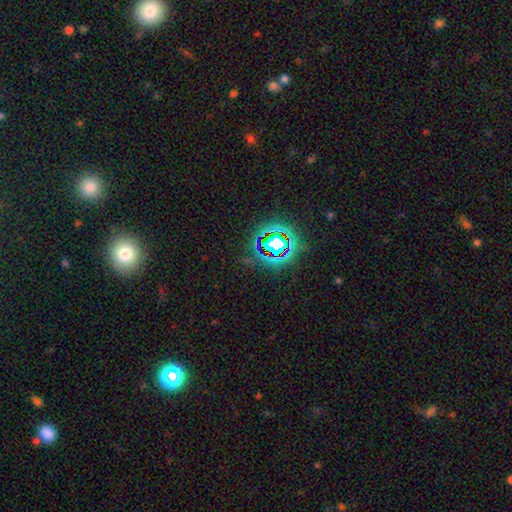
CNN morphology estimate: smooth-or-featured: star or artifact: 74% | smooth: 14% | featured or disk: 11%